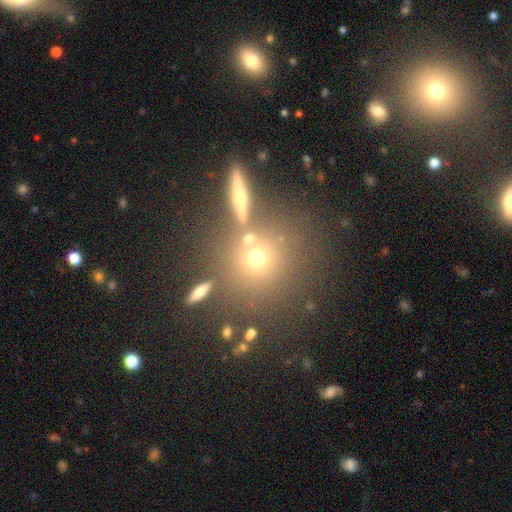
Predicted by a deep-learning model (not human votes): Smooth or featured: smooth — 54% (star or artifact — 28%)
How rounded: round — 90% (in between — 8%)
Merging: none — 70% (merger — 16%)